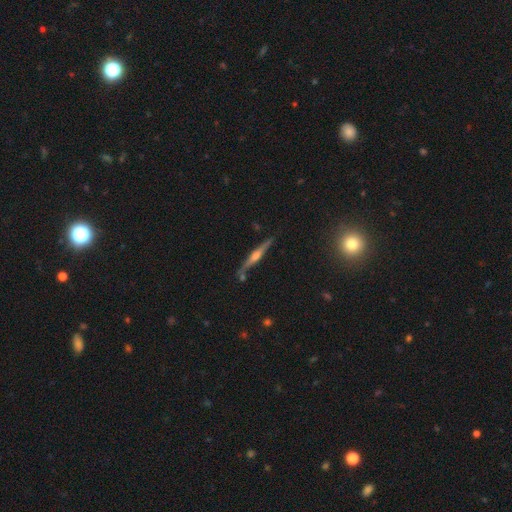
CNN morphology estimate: Smooth or featured? Predicted: featured or disk (p=0.78). Edge-on disk? Predicted: yes (p=0.97). Edge-on bulge? Predicted: rounded (p=0.82). Merging? Predicted: none (p=0.82).